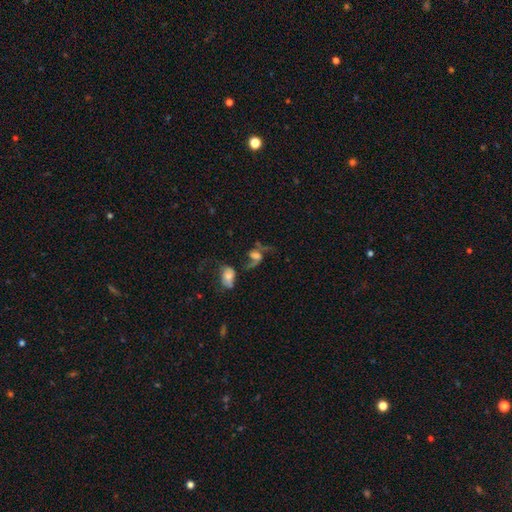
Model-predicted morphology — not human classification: A featured or disk galaxy (59%) with no bar (49%), spiral arms (81%) and a moderate central bulge (29%). Merging: none (33%).